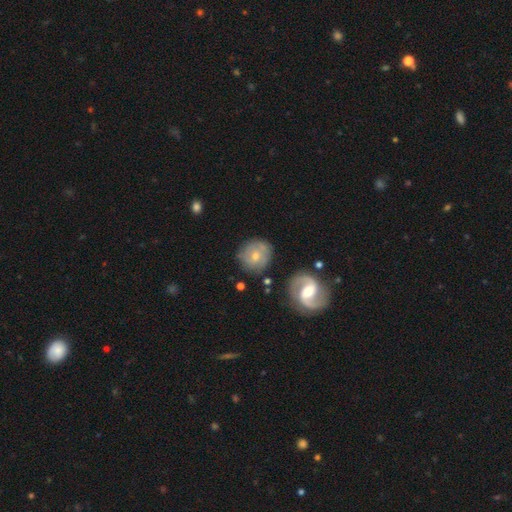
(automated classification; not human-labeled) Q: Smooth or featured?
A: smooth (46%); tied with: featured or disk (46%)
Q: Merging?
A: none (73%); runner-up: minor disturbance (17%)